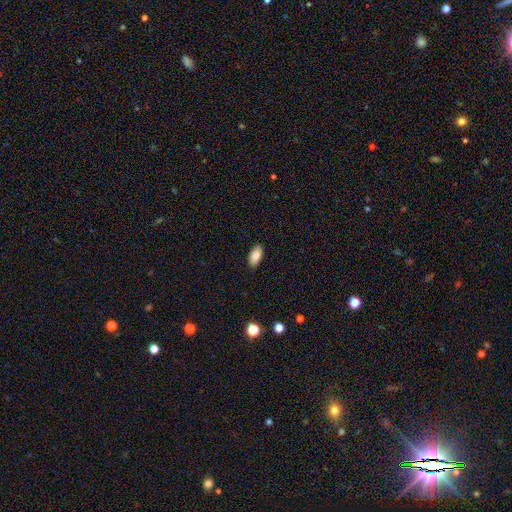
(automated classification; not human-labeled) Q: Smooth or featured?
A: smooth (84%); runner-up: featured or disk (8%)
Q: How rounded?
A: in between (93%); runner-up: cigar-shaped (4%)
Q: Merging?
A: none (87%); runner-up: minor disturbance (10%)